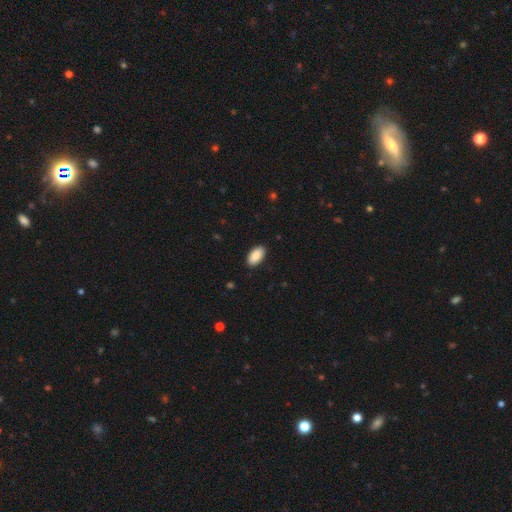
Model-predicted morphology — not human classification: The model was most divided on "merging": none: 90%, minor disturbance: 7%, major disturbance: 2%, merger: 1%. More confident: how rounded — in between (95%); smooth or featured — smooth (90%).